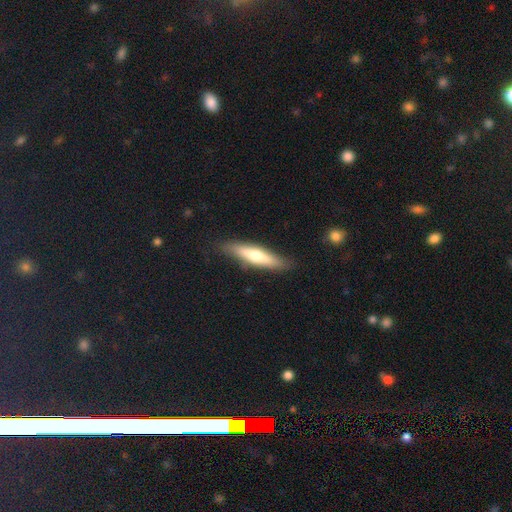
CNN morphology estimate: smooth 57%, featured or disk 38%, star or artifact 6%. Down the decision tree: how rounded — cigar-shaped (77%); merging — none (84%).